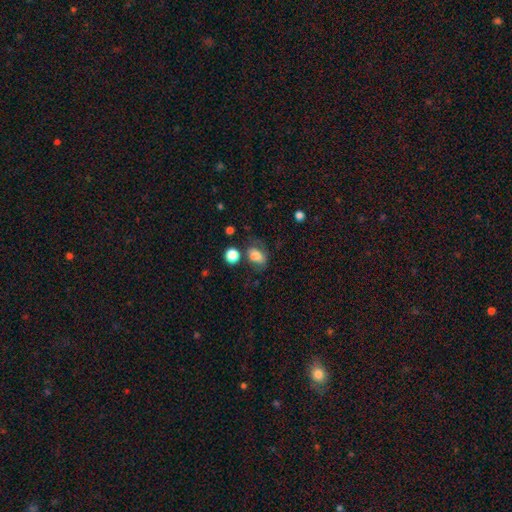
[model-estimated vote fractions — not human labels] Smooth or featured? smooth (71%)
How rounded? in between (74%)
Merging? none (46%)